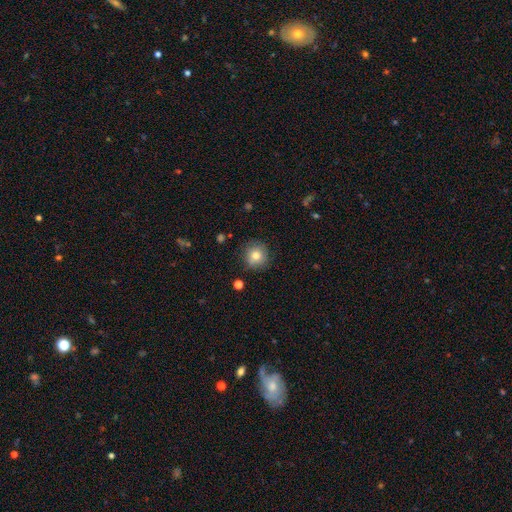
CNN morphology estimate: smooth 79%, star or artifact 11%, featured or disk 11%. Down the decision tree: how rounded — round (92%); merging — none (84%).